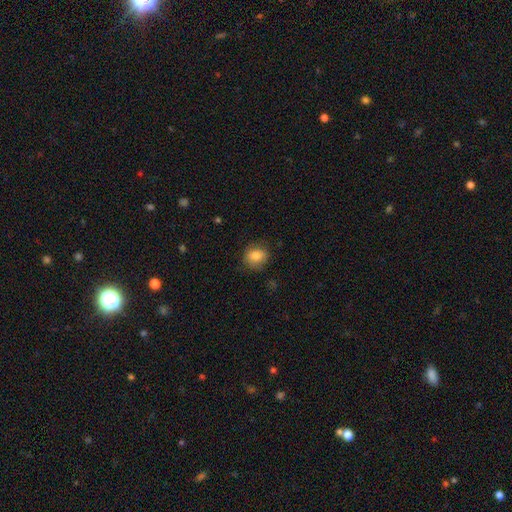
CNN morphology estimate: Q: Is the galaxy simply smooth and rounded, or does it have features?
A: smooth — 83%.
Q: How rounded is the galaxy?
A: round — 65%.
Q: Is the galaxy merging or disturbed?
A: none — 79%.